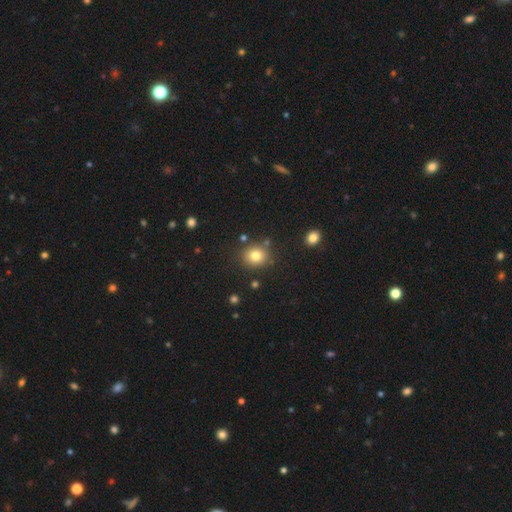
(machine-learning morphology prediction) A smooth galaxy with no disk features (80%) that is round (76%).

Vote fractions:
- Smooth or featured? smooth: 80% / star or artifact: 12% / featured or disk: 8%
- How rounded? round: 76% / in between: 23% / cigar-shaped: 1%
- Merging? none: 82% / minor disturbance: 10% / merger: 5% / major disturbance: 3%